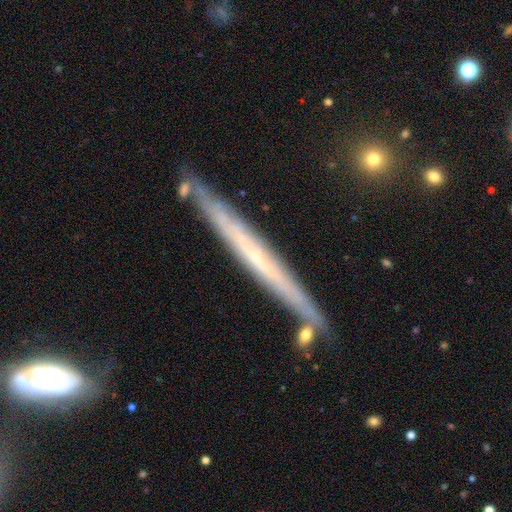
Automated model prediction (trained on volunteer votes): Overall: featured or disk (68%). Edge-on disk: yes (94%). Edge-on bulge: none (78%). Merging: none (84%).